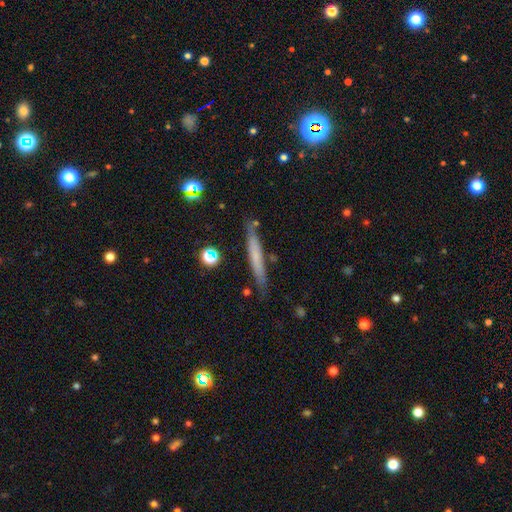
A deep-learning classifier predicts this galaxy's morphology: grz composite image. It shows a smooth galaxy with no disk features (57%) that is cigar-shaped (95%). Merging: none (82%).